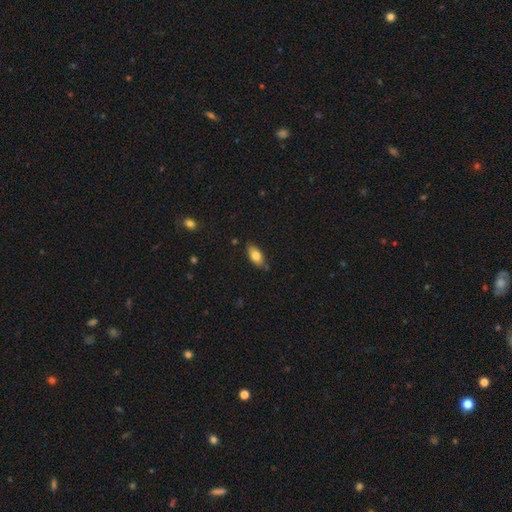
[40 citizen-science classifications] This is likely a smooth galaxy (75%). How rounded: clearly in between (93%). Merging: clearly none (80%).